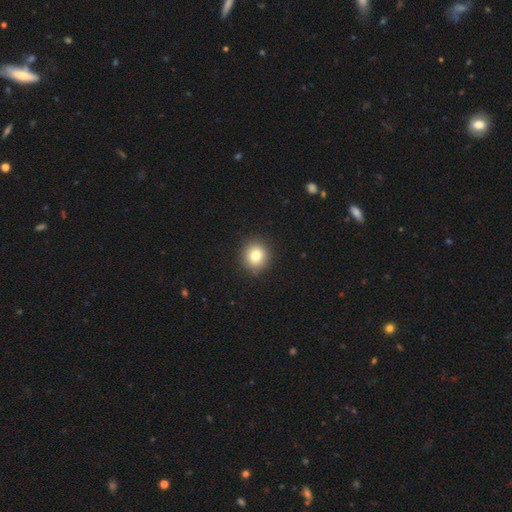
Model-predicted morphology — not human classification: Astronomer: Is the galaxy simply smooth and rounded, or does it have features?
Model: smooth — 81%.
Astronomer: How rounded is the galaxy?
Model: round — 89%.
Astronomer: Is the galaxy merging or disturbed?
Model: none — 91%.